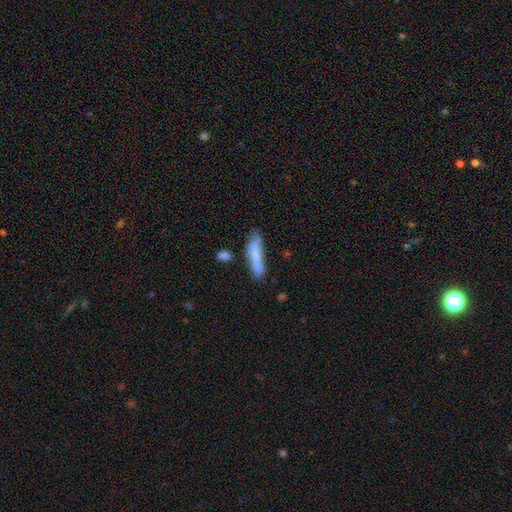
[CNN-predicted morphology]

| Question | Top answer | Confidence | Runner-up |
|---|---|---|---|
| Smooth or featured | smooth | 74% | featured or disk (19%) |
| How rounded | cigar-shaped | 78% | in between (21%) |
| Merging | none | 60% | minor disturbance (26%) |